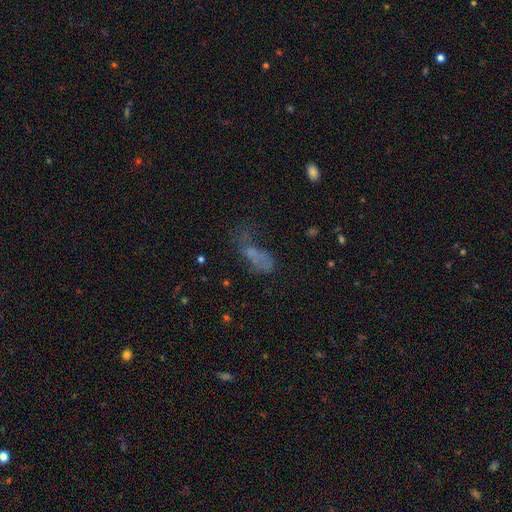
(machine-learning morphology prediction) Smooth or featured?
  - smooth: 49% *
  - featured or disk: 29%
  - star or artifact: 22%
Merging?
  - major disturbance: 43% *
  - none: 25%
  - minor disturbance: 17%
  - merger: 15%